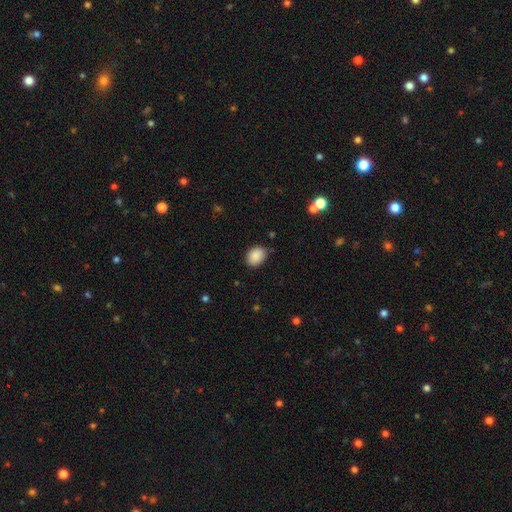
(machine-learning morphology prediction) A smooth galaxy with no disk features (88%) that is in between round and cigar-shaped (62%). Merging: none (76%).